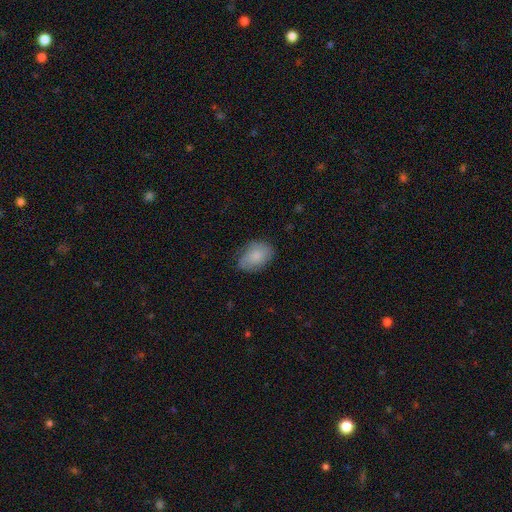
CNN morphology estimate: Overall: smooth (80%). How rounded: in between (83%). Merging: none (72%).